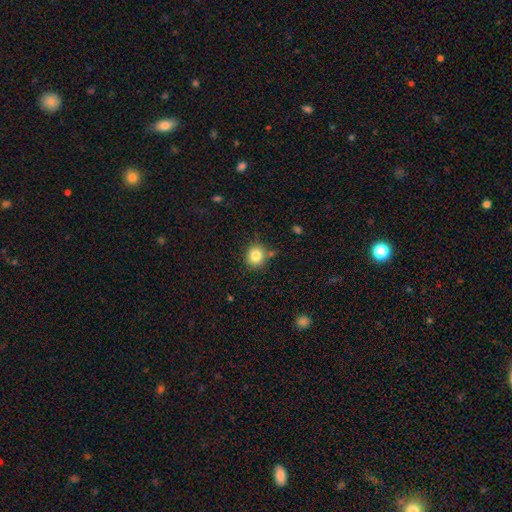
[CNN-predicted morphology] A smooth galaxy with no disk features (83%) that is round (89%).

Vote fractions:
- Smooth or featured? smooth: 83% / star or artifact: 11% / featured or disk: 6%
- How rounded? round: 89% / in between: 10% / cigar-shaped: 1%
- Merging? none: 79% / minor disturbance: 12% / merger: 6% / major disturbance: 3%